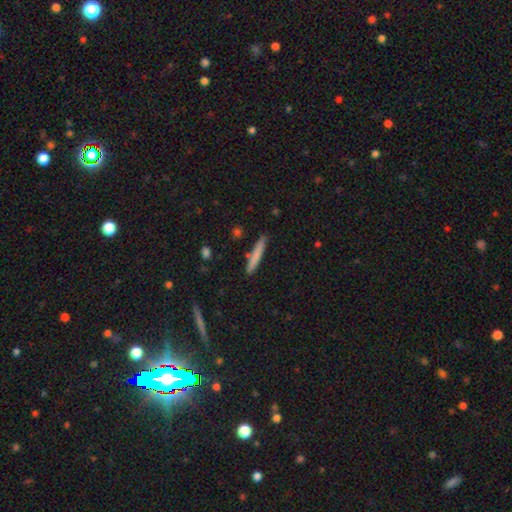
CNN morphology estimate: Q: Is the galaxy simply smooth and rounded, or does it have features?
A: smooth — 76%.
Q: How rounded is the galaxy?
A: cigar-shaped — 95%.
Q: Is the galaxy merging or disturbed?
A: none — 86%.